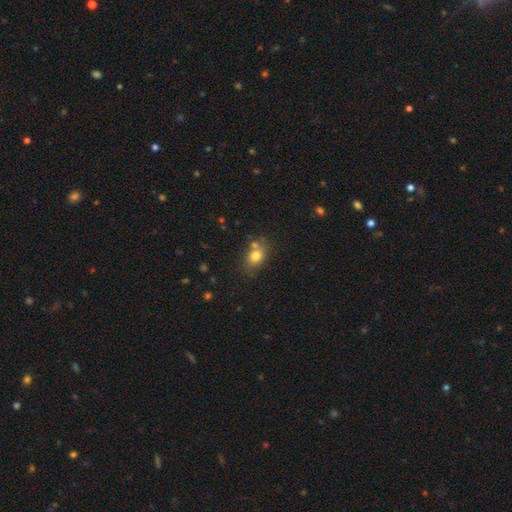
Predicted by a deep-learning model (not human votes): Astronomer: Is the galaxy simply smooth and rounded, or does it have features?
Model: smooth — 78%.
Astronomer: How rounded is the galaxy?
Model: in between — 58% (runner-up: round, 40%).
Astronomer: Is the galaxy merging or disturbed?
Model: none — 63%.